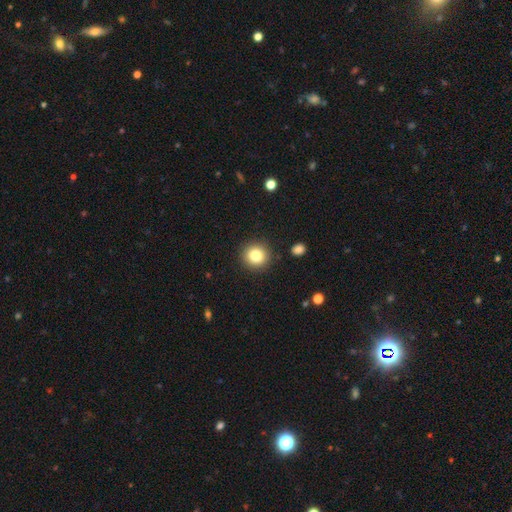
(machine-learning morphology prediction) A smooth galaxy with no disk features (82%) that is round (89%).

Vote fractions:
- Smooth or featured? smooth: 82% / star or artifact: 10% / featured or disk: 7%
- How rounded? round: 89% / in between: 10% / cigar-shaped: 1%
- Merging? none: 90% / minor disturbance: 6% / major disturbance: 2% / merger: 2%